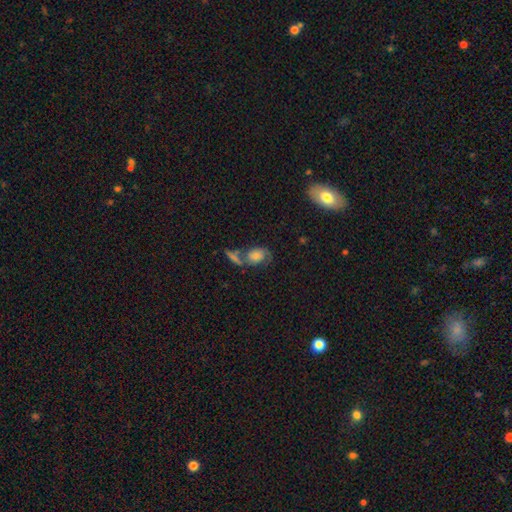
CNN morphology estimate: A featured or disk galaxy (48%).

Vote fractions:
- Smooth or featured? featured or disk: 48% / smooth: 40% / star or artifact: 12%
- Merging? none: 42% / merger: 29% / minor disturbance: 17% / major disturbance: 12%